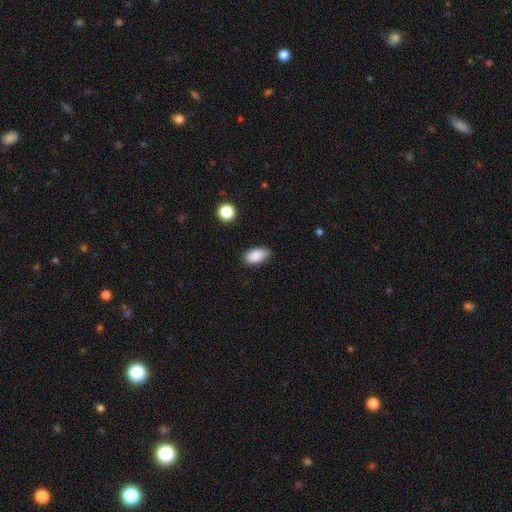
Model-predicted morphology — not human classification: Q: Smooth or featured?
A: smooth (88%); runner-up: star or artifact (8%)
Q: How rounded?
A: in between (92%); runner-up: round (5%)
Q: Merging?
A: none (75%); runner-up: minor disturbance (21%)